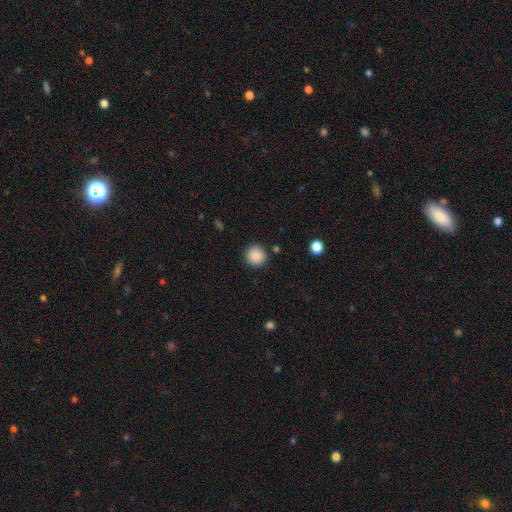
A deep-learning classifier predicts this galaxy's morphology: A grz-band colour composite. It shows a smooth galaxy with no disk features (88%) that is round (92%). Merging: none (89%).